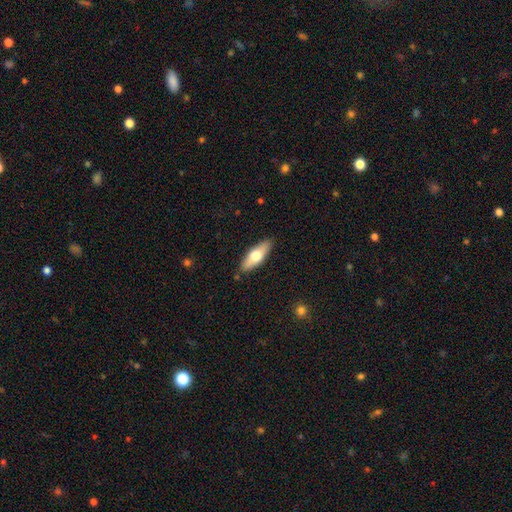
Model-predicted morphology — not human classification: A smooth galaxy with no disk features (63%) that is in between round and cigar-shaped (62%). Merging: none (87%).